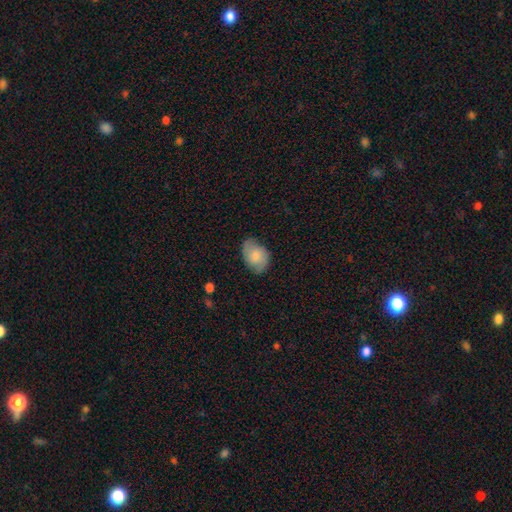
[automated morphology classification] A smooth galaxy with no disk features (61%) that is in between round and cigar-shaped (79%).

Vote fractions:
- Smooth or featured? smooth: 61% / featured or disk: 32% / star or artifact: 7%
- How rounded? in between: 79% / round: 20% / cigar-shaped: 1%
- Merging? none: 70% / minor disturbance: 23% / major disturbance: 5% / merger: 1%